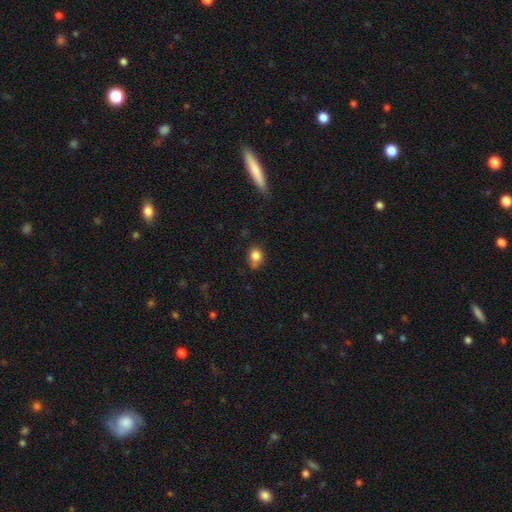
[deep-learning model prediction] Smooth or featured? Predicted: smooth (p=0.83). How rounded? Predicted: round (p=0.55). Merging? Predicted: none (p=0.57).